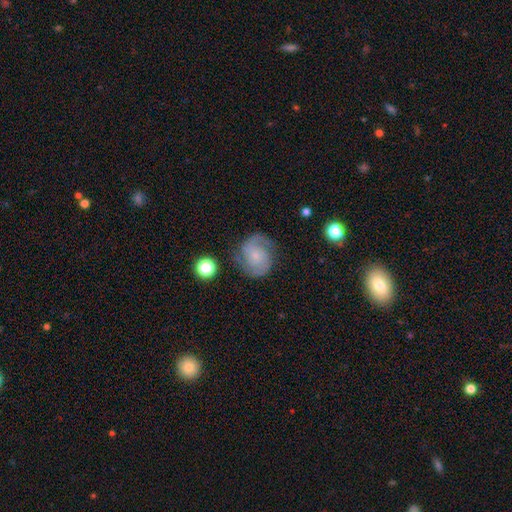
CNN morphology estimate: This is likely a featured or disk galaxy (76%). It is clearly not viewed edge-on (98%). Bar: likely no (64%). Spiral arm pattern: clearly yes (95%). Spiral arm count: clearly 2 (82%). Spiral winding: possibly medium (48%). Central bulge: likely small (61%). Merging: likely none (74%).